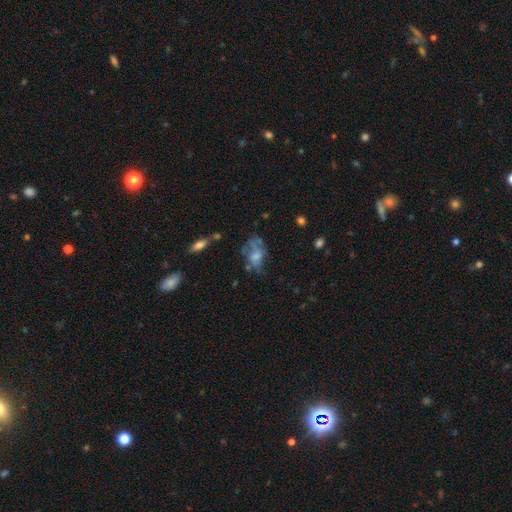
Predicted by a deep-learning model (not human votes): Q: Smooth or featured?
A: featured or disk (47%); runner-up: smooth (41%)
Q: Merging?
A: none (35%); runner-up: major disturbance (33%)